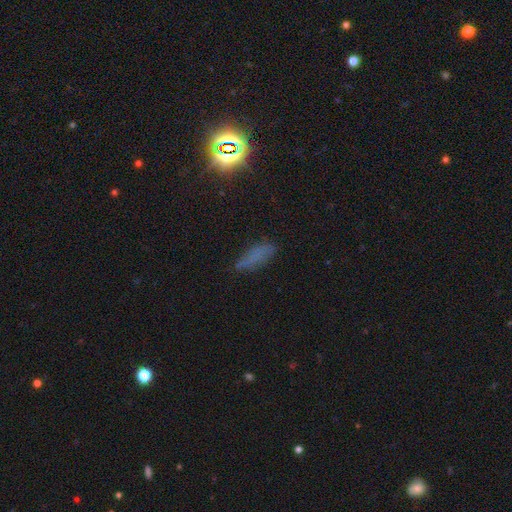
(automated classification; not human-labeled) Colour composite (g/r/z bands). It shows a smooth galaxy with no disk features (59%) that is cigar-shaped (50%). Merging: none (64%).